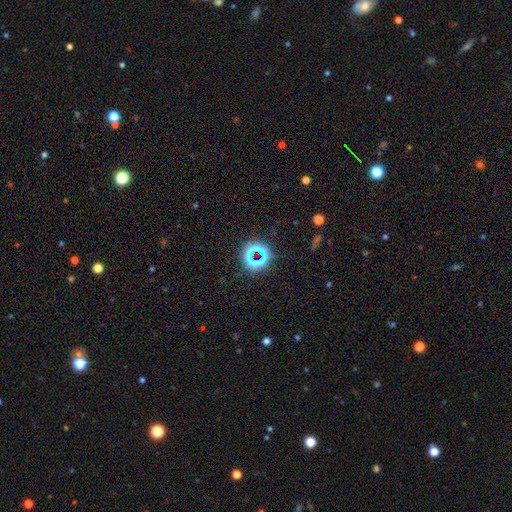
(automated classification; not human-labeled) star or artifact 65%, smooth 24%, featured or disk 11%.